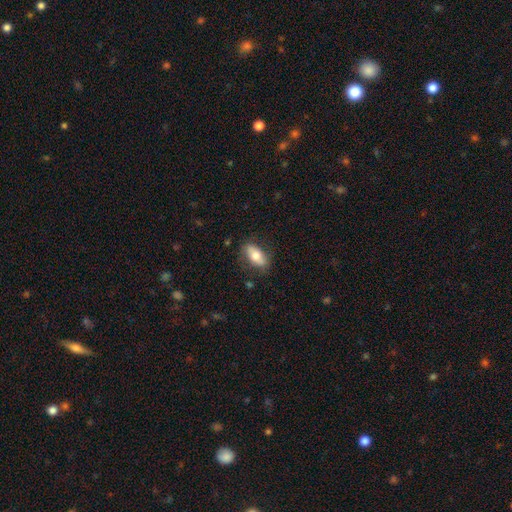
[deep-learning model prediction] smooth 71%, featured or disk 22%, star or artifact 6%. Down the decision tree: how rounded — in between (87%); merging — none (78%).